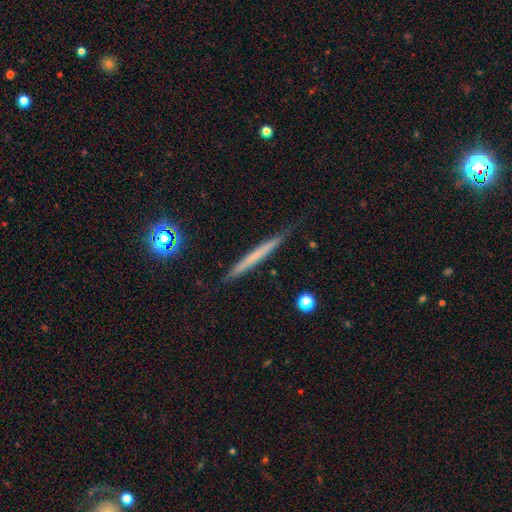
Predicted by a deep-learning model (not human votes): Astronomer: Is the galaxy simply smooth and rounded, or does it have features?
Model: smooth — 53% (runner-up: featured or disk, 40%).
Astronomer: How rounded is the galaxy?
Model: cigar-shaped — 97%.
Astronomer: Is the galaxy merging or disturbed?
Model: none — 88%.